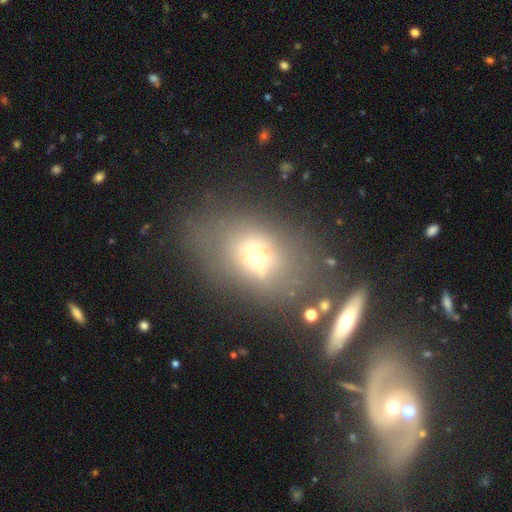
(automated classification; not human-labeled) smooth-or-featured: smooth: 51% | featured or disk: 30% | star or artifact: 19%
  how-rounded: in between: 65% | round: 32% | cigar-shaped: 4%
  merging: none: 53% | minor disturbance: 18% | major disturbance: 15% | merger: 14%